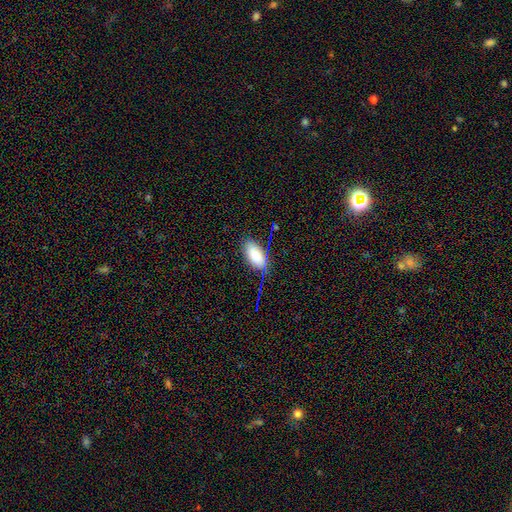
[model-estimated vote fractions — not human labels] The model was most divided on "merging": none: 77%, minor disturbance: 17%, major disturbance: 4%, merger: 2%. More confident: how rounded — in between (90%); smooth or featured — smooth (81%).